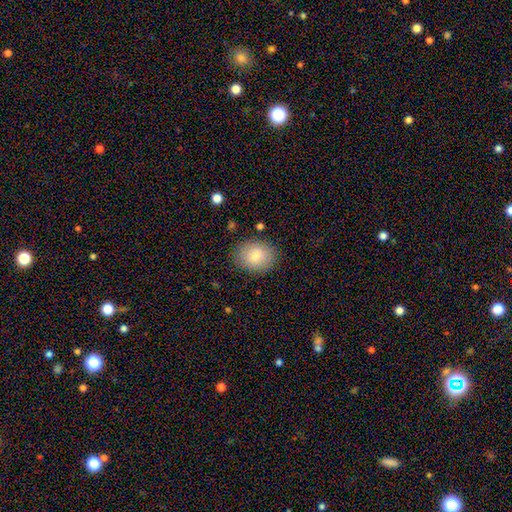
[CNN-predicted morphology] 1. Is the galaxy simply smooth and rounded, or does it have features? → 83% smooth, 10% featured or disk, 8% star or artifact.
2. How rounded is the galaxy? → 52% in between, 47% round, 1% cigar-shaped.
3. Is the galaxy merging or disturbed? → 85% none, 11% minor disturbance, 3% major disturbance, 1% merger.